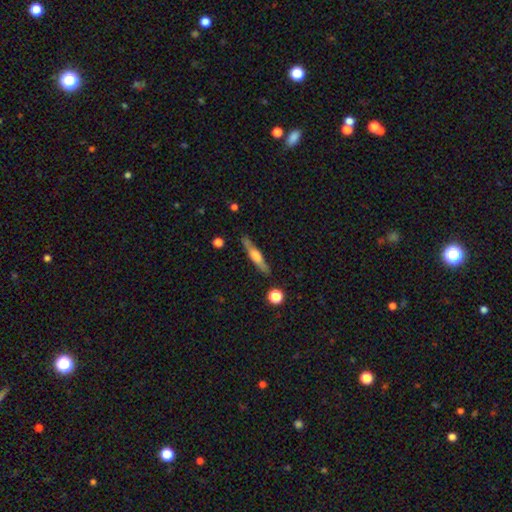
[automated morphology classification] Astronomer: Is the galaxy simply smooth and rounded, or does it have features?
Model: featured or disk — 53% (runner-up: smooth, 41%).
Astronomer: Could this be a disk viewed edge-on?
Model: yes — 94%.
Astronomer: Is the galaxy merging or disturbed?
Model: none — 86%.